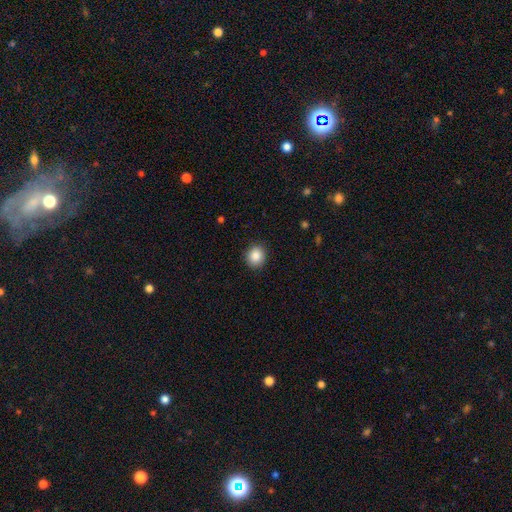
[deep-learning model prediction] A smooth galaxy with no disk features (88%) that is round (81%).

Vote fractions:
- Smooth or featured? smooth: 88% / star or artifact: 9% / featured or disk: 4%
- How rounded? round: 81% / in between: 18% / cigar-shaped: 1%
- Merging? none: 89% / minor disturbance: 8% / major disturbance: 2% / merger: 1%